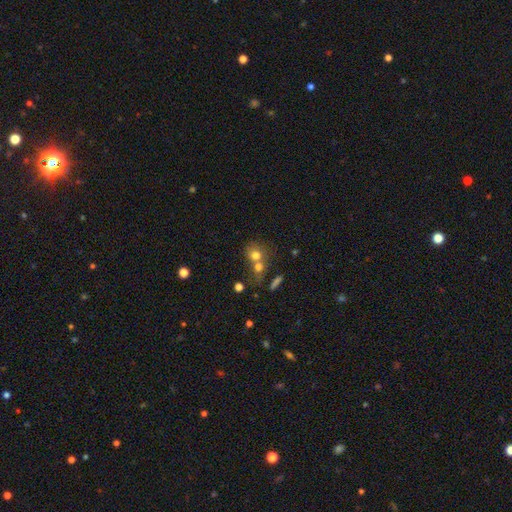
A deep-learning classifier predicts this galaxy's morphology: The model was most divided on "merging": merger: 53%, none: 34%, minor disturbance: 8%, major disturbance: 5%. More confident: how rounded — round (73%); smooth or featured — smooth (72%).